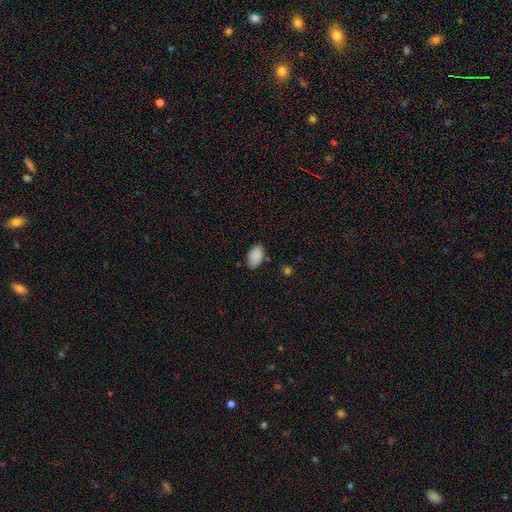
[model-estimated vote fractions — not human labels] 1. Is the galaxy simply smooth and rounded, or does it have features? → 88% smooth, 8% star or artifact, 4% featured or disk.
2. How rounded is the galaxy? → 91% in between, 8% round, 1% cigar-shaped.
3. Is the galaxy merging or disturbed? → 74% none, 20% minor disturbance, 4% major disturbance, 3% merger.